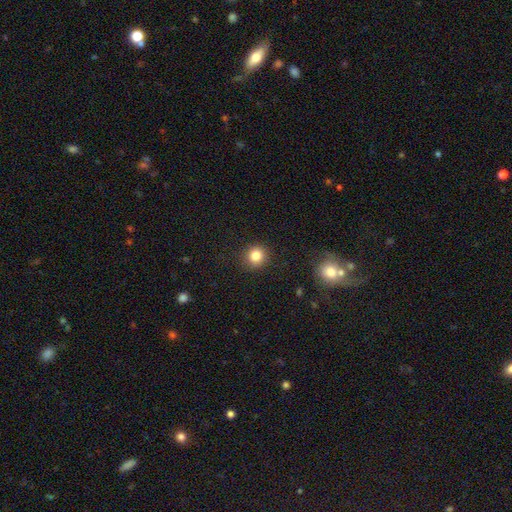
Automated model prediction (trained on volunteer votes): The model was most divided on "smooth or featured": smooth: 82%, star or artifact: 12%, featured or disk: 6%. More confident: merging — none (91%); how rounded — round (91%).